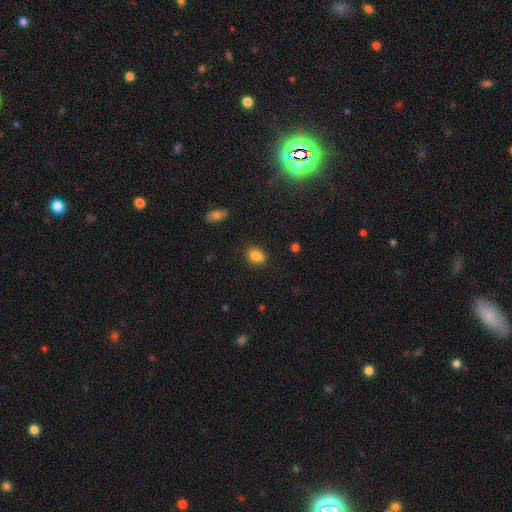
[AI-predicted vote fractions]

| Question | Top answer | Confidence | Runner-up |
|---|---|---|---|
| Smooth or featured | smooth | 81% | star or artifact (11%) |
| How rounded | in between | 63% | round (35%) |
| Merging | none | 57% | minor disturbance (20%) |